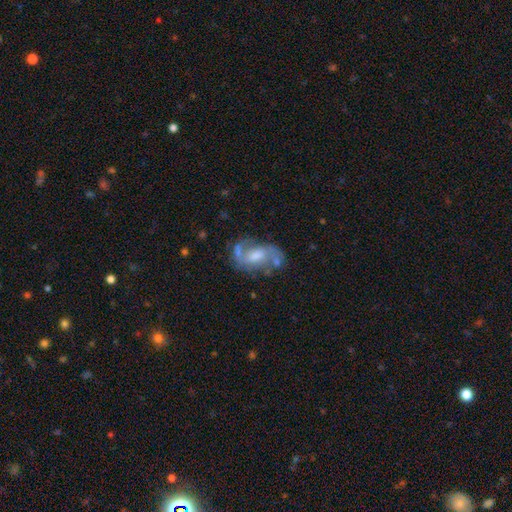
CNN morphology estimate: Q: Smooth or featured?
A: featured or disk (75%); runner-up: smooth (17%)
Q: Edge-on disk?
A: no (96%); runner-up: yes (4%)
Q: Bar?
A: weak (45%); runner-up: no (42%)
Q: Spiral arms?
A: yes (83%); runner-up: no (17%)
Q: Spiral winding?
A: medium (45%); runner-up: loose (40%)
Q: Spiral arm count?
A: 2 (81%); runner-up: can't tell (10%)
Q: Bulge size?
A: moderate (51%); runner-up: small (20%)
Q: Merging?
A: none (56%); runner-up: minor disturbance (21%)